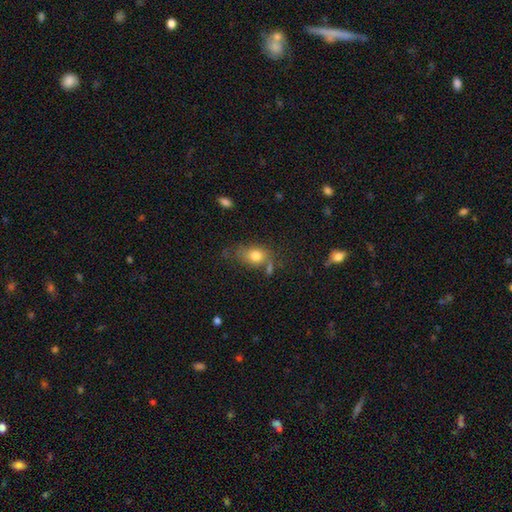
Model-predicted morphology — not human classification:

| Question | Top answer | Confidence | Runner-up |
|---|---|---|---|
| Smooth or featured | smooth | 76% | featured or disk (14%) |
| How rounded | in between | 72% | round (26%) |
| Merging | none | 51% | minor disturbance (25%) |